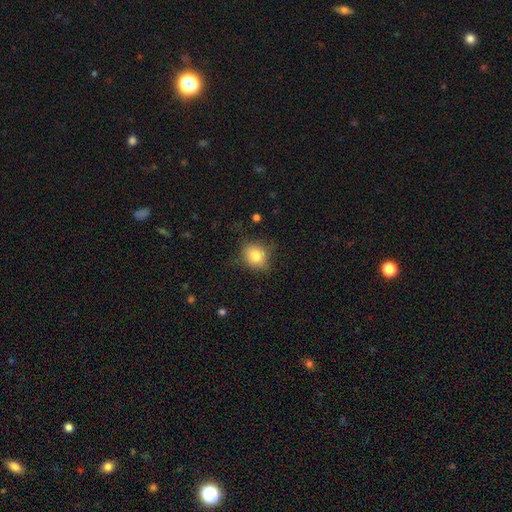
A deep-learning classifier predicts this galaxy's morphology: smooth-or-featured: smooth: 80% | star or artifact: 10% | featured or disk: 10%
  how-rounded: round: 63% | in between: 36% | cigar-shaped: 1%
  merging: none: 70% | minor disturbance: 22% | major disturbance: 7% | merger: 1%